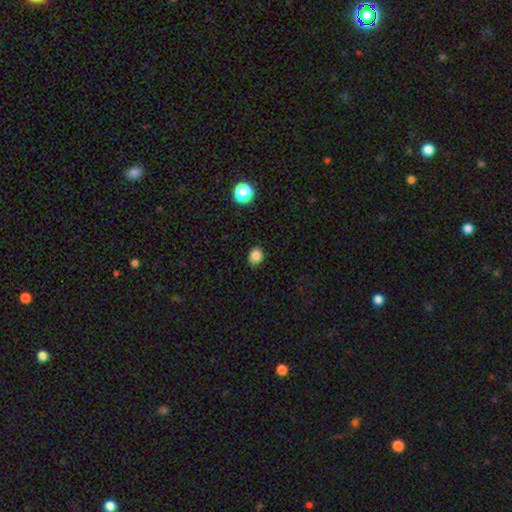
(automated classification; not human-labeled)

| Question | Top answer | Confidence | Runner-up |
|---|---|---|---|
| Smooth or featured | smooth | 84% | star or artifact (12%) |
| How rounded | round | 59% | in between (40%) |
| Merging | none | 86% | minor disturbance (10%) |